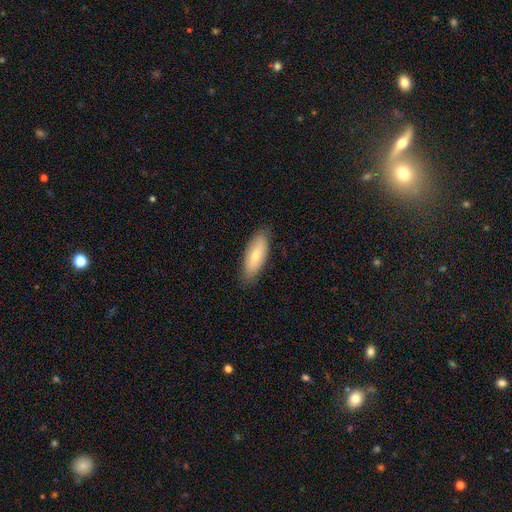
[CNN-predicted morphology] Smooth or featured?
  - smooth: 71% *
  - featured or disk: 23%
  - star or artifact: 6%
How rounded?
  - in between: 71% *
  - cigar-shaped: 27%
  - round: 2%
Merging?
  - none: 84% *
  - minor disturbance: 13%
  - major disturbance: 2%
  - merger: 1%